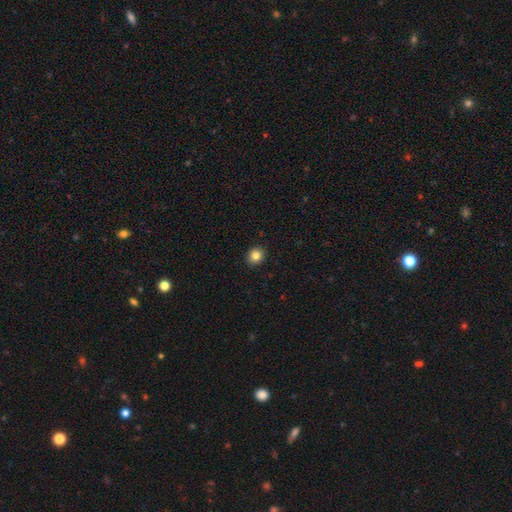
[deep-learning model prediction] Q: Smooth or featured?
A: smooth (84%); runner-up: star or artifact (11%)
Q: How rounded?
A: round (82%); runner-up: in between (18%)
Q: Merging?
A: none (92%); runner-up: minor disturbance (5%)